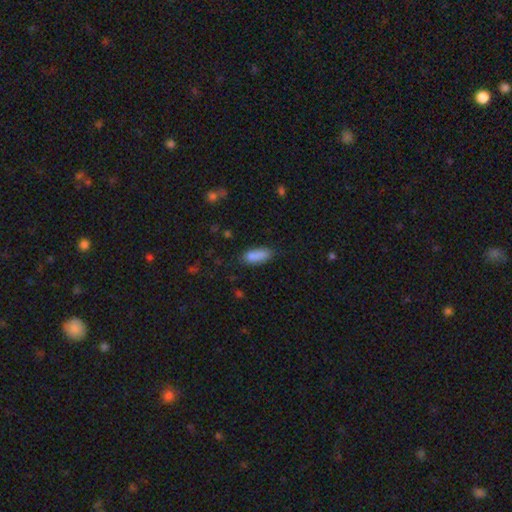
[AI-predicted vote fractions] A smooth galaxy with no disk features (83%) that is in between round and cigar-shaped (73%). Merging: none (63%).